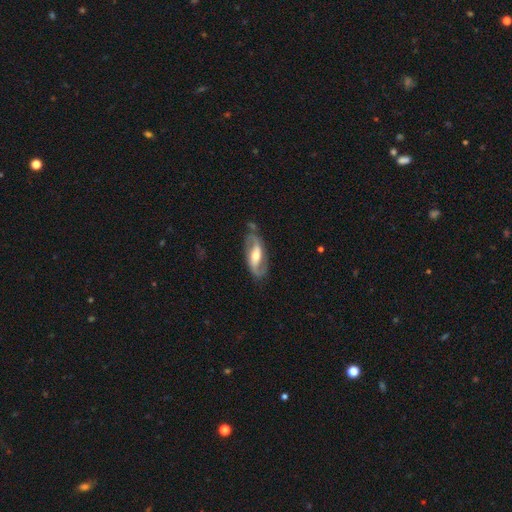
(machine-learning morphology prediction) type=featured or disk (79%); edge-on=no (92%); bar=strong (38%); spiral arms=yes (90%); winding=medium (43%); arm count=2 (89%); bulge=moderate (66%); merging=none (72%).